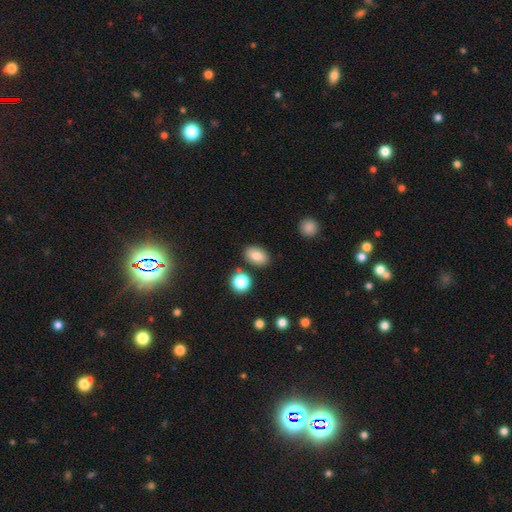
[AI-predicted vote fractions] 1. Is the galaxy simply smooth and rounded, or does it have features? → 81% smooth, 10% featured or disk, 9% star or artifact.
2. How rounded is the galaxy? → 83% in between, 16% round, 1% cigar-shaped.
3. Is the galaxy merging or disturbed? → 83% none, 10% minor disturbance, 5% merger, 3% major disturbance.